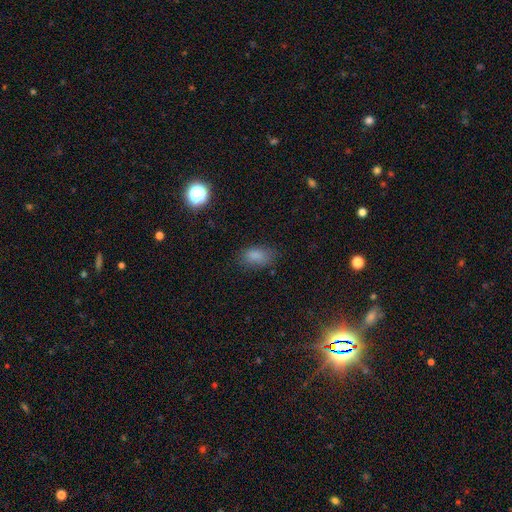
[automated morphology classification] type=smooth (81%); roundness=in between (89%); merging=none (72%).